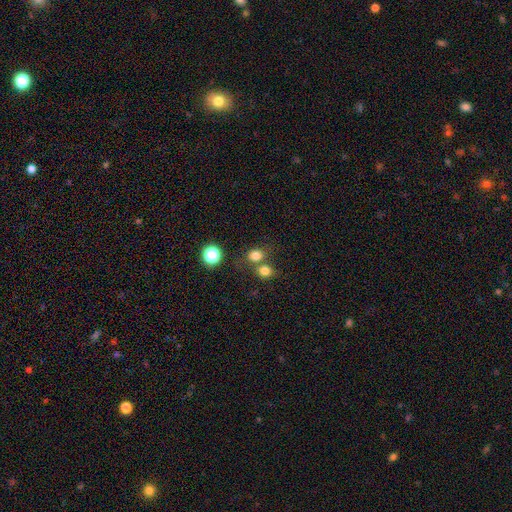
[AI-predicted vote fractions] A smooth galaxy with no disk features (78%) that is round (67%).

Vote fractions:
- Smooth or featured? smooth: 78% / star or artifact: 15% / featured or disk: 7%
- How rounded? round: 67% / in between: 32% / cigar-shaped: 1%
- Merging? none: 53% / merger: 34% / minor disturbance: 9% / major disturbance: 4%